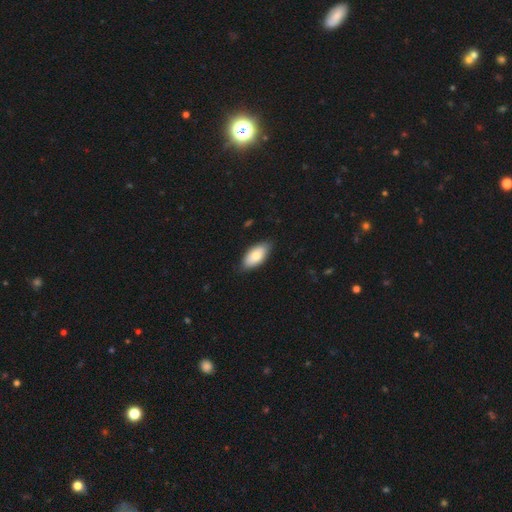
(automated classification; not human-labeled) Q: Smooth or featured?
A: smooth (77%); runner-up: featured or disk (17%)
Q: How rounded?
A: in between (92%); runner-up: cigar-shaped (5%)
Q: Merging?
A: none (82%); runner-up: minor disturbance (15%)